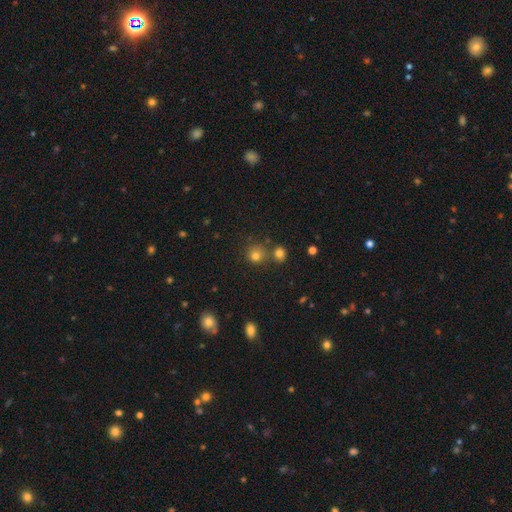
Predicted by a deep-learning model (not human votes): smooth-or-featured: smooth: 77% | star or artifact: 16% | featured or disk: 7%
  how-rounded: round: 88% | in between: 11% | cigar-shaped: 1%
  merging: none: 69% | merger: 18% | minor disturbance: 10% | major disturbance: 3%